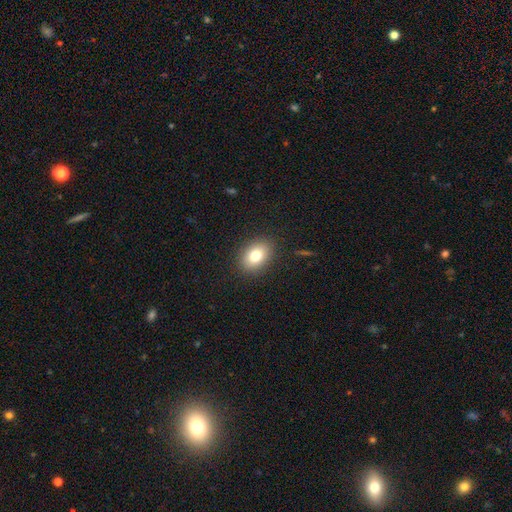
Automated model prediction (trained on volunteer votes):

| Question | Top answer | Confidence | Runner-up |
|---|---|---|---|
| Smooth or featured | smooth | 79% | featured or disk (11%) |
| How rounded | in between | 76% | round (23%) |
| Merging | none | 88% | minor disturbance (8%) |